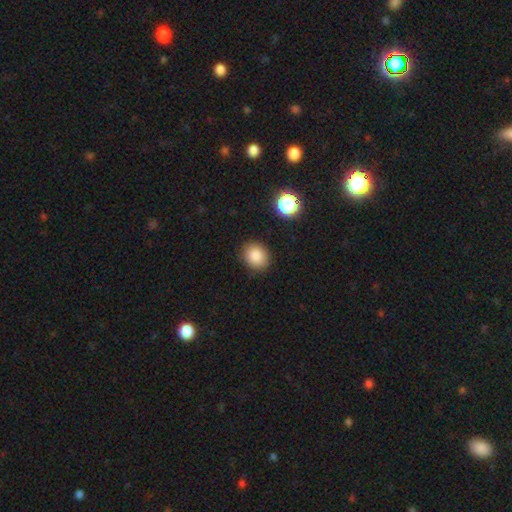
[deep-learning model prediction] Smooth or featured: smooth — 85% (star or artifact — 10%)
How rounded: round — 67% (in between — 32%)
Merging: none — 88% (minor disturbance — 8%)